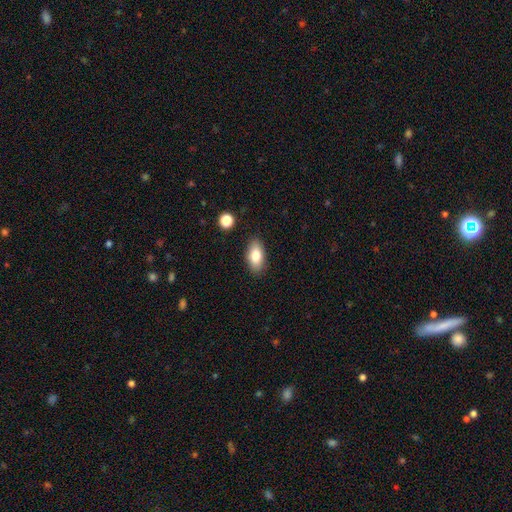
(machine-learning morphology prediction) Smooth or featured? smooth (81%)
How rounded? in between (90%)
Merging? none (87%)